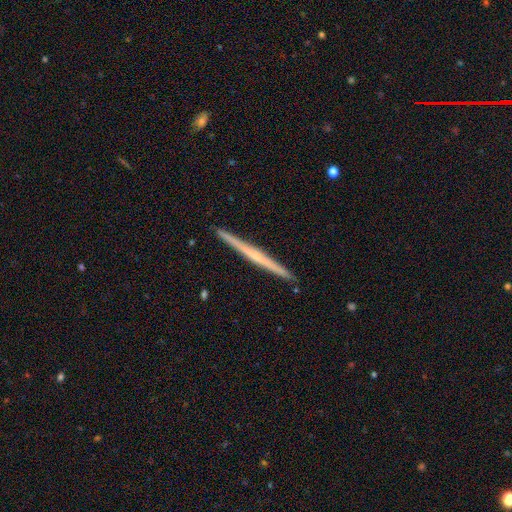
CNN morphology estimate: A featured or disk galaxy (68%) viewed edge-on (98%) with no central bulge (59%). Merging: none (93%).